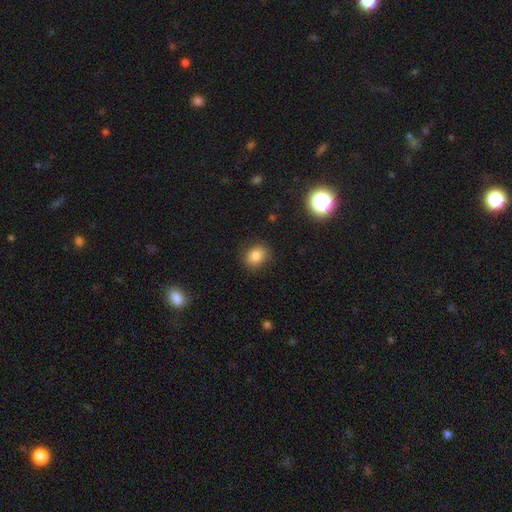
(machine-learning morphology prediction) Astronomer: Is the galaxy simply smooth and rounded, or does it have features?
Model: smooth — 83%.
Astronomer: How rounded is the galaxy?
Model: round — 53% (runner-up: in between, 46%).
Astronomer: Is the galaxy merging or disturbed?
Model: none — 84%.